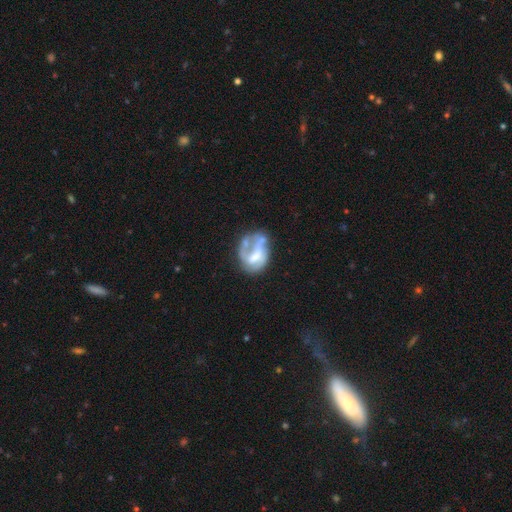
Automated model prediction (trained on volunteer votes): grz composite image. It shows a featured or disk galaxy (64%) with no bar (43%), no spiral arms (51%) and a moderate central bulge (39%). Merging: major disturbance (33%).